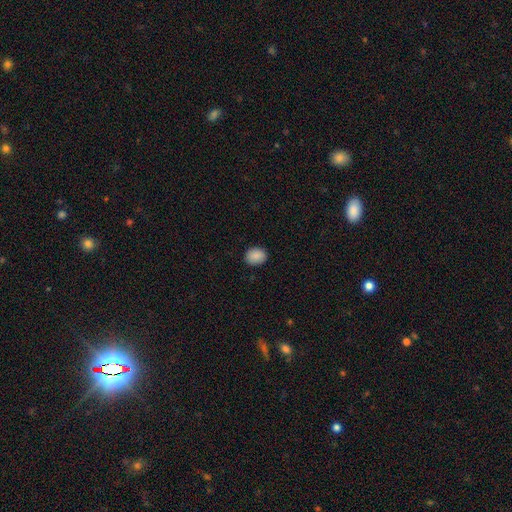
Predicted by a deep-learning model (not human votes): Smooth or featured: smooth — 89% (star or artifact — 8%)
How rounded: in between — 58% (round — 41%)
Merging: none — 89% (minor disturbance — 8%)